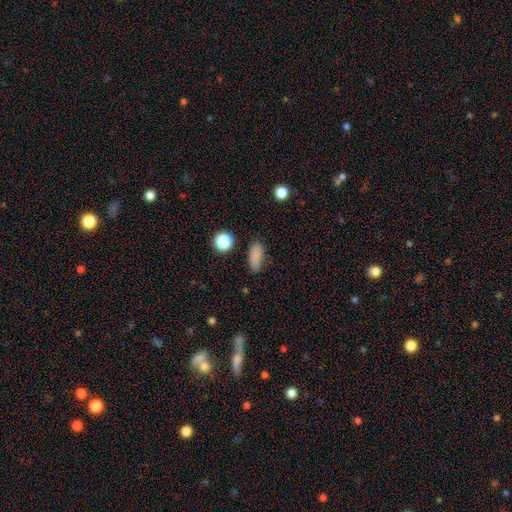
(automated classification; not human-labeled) Q: Smooth or featured?
A: smooth (83%); runner-up: star or artifact (12%)
Q: How rounded?
A: in between (78%); runner-up: cigar-shaped (16%)
Q: Merging?
A: none (80%); runner-up: minor disturbance (14%)